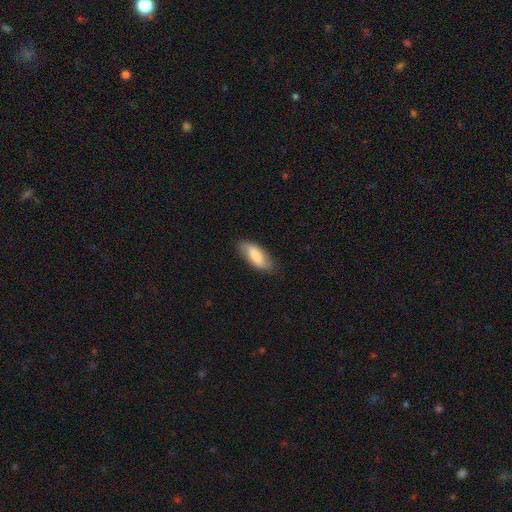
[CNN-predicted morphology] Smooth or featured: smooth — 78% (featured or disk — 17%)
How rounded: in between — 80% (cigar-shaped — 17%)
Merging: none — 80% (minor disturbance — 15%)